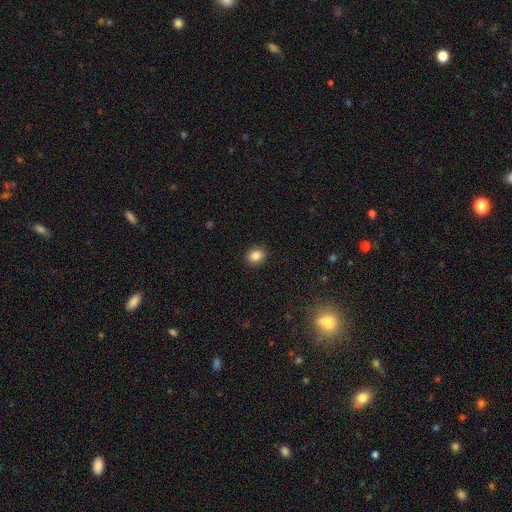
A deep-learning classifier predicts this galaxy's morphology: Q: Smooth or featured?
A: smooth (85%); runner-up: star or artifact (10%)
Q: How rounded?
A: round (63%); runner-up: in between (36%)
Q: Merging?
A: none (91%); runner-up: minor disturbance (6%)